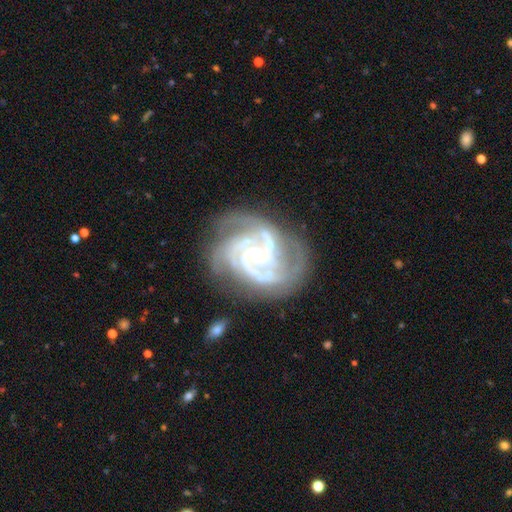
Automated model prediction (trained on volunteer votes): Overall: featured or disk (91%). Edge-on disk: no (98%). Bar: no (59%; weak 30%). Spiral arms: yes (98%). Spiral arm count: 3 (38%; 4 27%). Spiral winding: tight (64%; medium 32%). Bulge size: small (75%). Merging: none (63%).